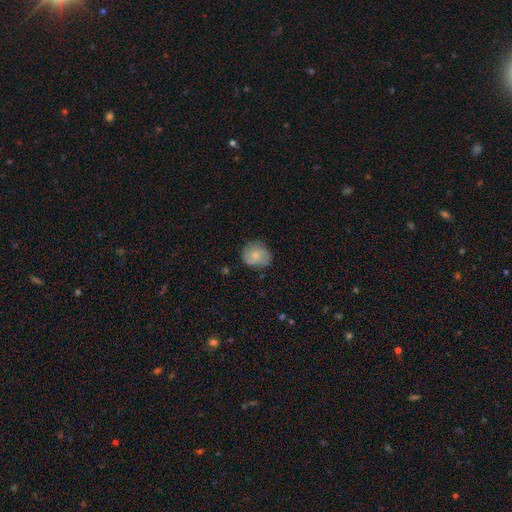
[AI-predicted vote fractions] smooth_or_featured: smooth (p=0.65) [alt: featured or disk p=0.28]
how_rounded: round (p=0.78) [alt: in between p=0.21]
merging: none (p=0.72) [alt: minor disturbance p=0.21]